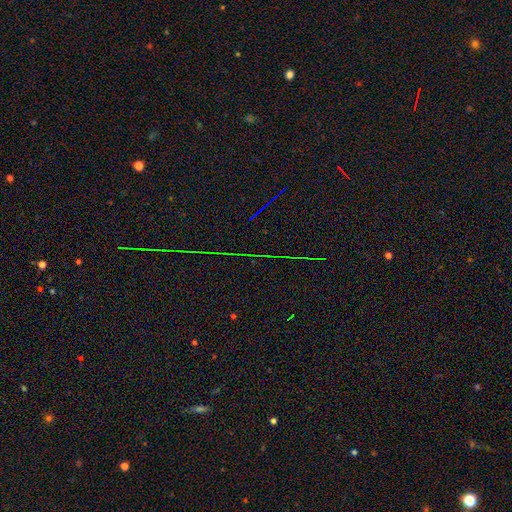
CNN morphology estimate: This appears to be a star or artifact, not a galaxy (83%).